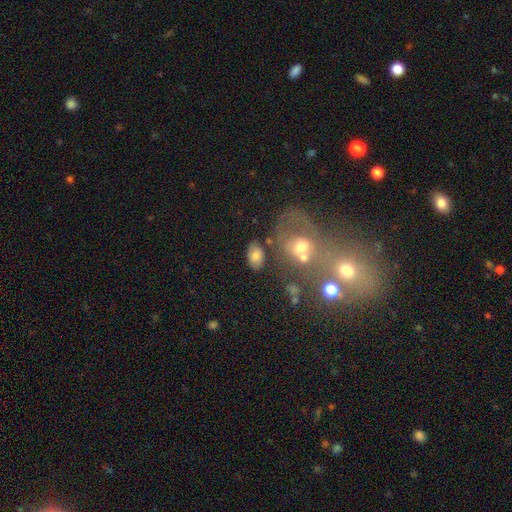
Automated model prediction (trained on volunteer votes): Smooth or featured?
  - smooth: 75% *
  - featured or disk: 16%
  - star or artifact: 9%
How rounded?
  - in between: 87% *
  - round: 11%
  - cigar-shaped: 2%
Merging?
  - none: 69% *
  - minor disturbance: 14%
  - merger: 10%
  - major disturbance: 7%